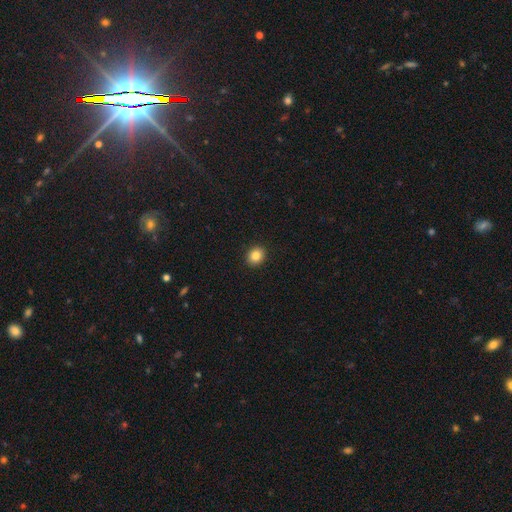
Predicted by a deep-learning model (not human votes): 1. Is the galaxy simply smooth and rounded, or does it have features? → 84% smooth, 10% star or artifact, 6% featured or disk.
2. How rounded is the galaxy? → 71% round, 28% in between, 1% cigar-shaped.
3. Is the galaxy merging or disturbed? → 92% none, 5% minor disturbance, 2% major disturbance, 1% merger.